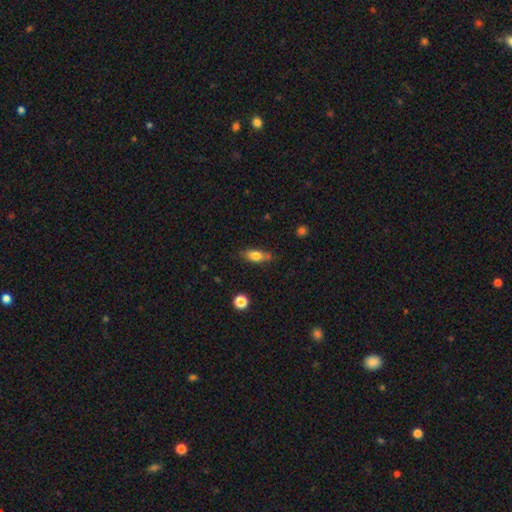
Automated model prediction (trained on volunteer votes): Overall: smooth (75%). How rounded: in between (75%). Merging: none (67%).